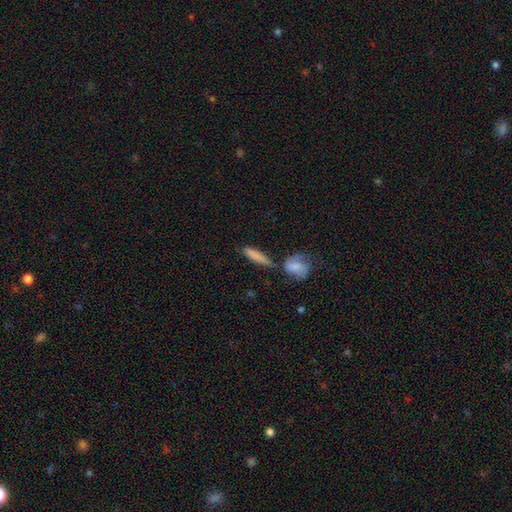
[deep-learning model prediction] Smooth or featured? Predicted: smooth (p=0.77). How rounded? Predicted: cigar-shaped (p=0.76). Merging? Predicted: none (p=0.60).